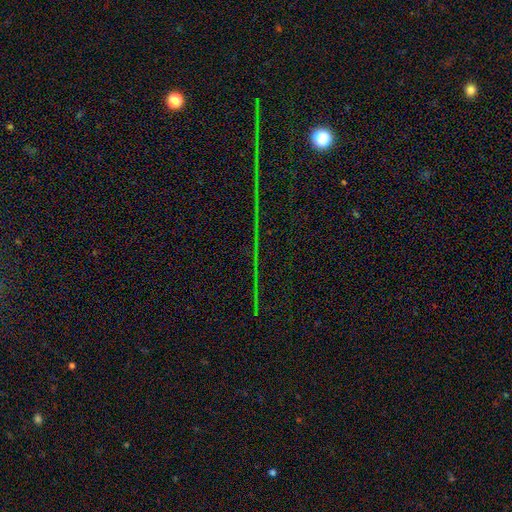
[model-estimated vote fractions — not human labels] Smooth or featured?
  - star or artifact: 83% *
  - smooth: 9%
  - featured or disk: 9%